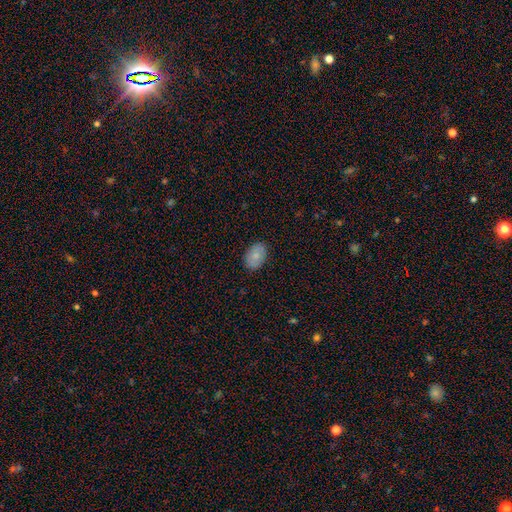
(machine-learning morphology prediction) This appears to be a smooth galaxy with no disk features (81%) that is in between round and cigar-shaped (86%). Merging: none (87%).